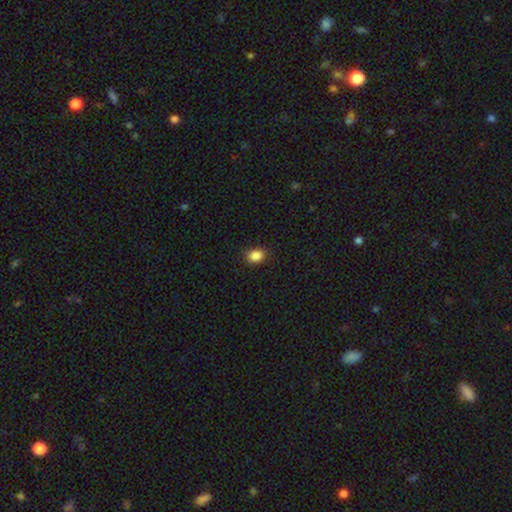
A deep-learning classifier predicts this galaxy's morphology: smooth-or-featured: smooth: 87% | star or artifact: 10% | featured or disk: 3%
  how-rounded: in between: 50% | round: 49% | cigar-shaped: 1%
  merging: none: 87% | minor disturbance: 10% | major disturbance: 2% | merger: 1%